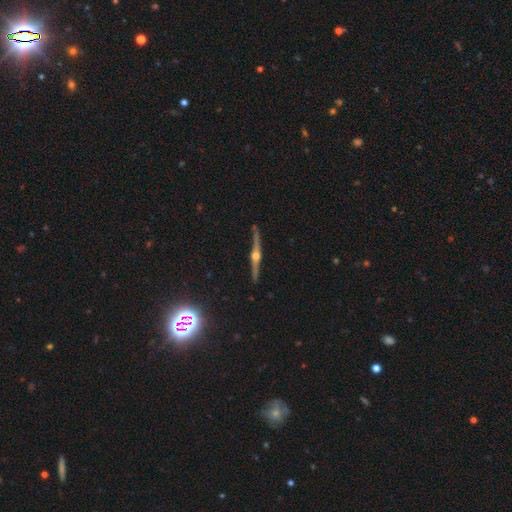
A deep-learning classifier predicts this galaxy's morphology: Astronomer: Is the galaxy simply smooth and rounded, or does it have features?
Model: featured or disk — 87%.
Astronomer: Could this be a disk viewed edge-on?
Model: yes — 98%.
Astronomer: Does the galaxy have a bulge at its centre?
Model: rounded — 95%.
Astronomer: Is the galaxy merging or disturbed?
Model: none — 91%.